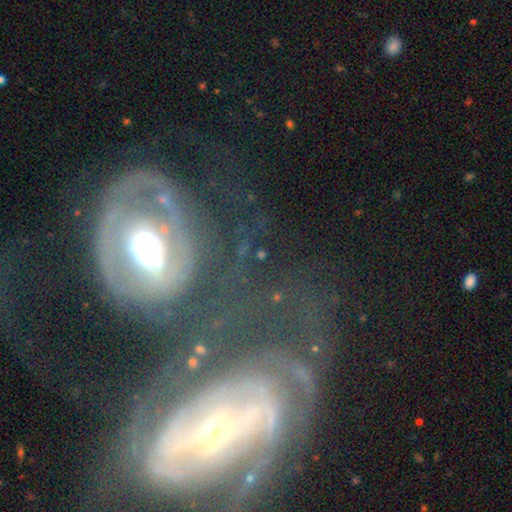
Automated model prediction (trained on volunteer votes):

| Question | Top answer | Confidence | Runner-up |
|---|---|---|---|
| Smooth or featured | featured or disk | 74% | smooth (17%) |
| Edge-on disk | no | 93% | yes (7%) |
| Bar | no | 44% | weak (29%) |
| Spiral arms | yes | 72% | no (28%) |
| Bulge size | moderate | 54% | large (23%) |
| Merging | none | 38% | merger (25%) |